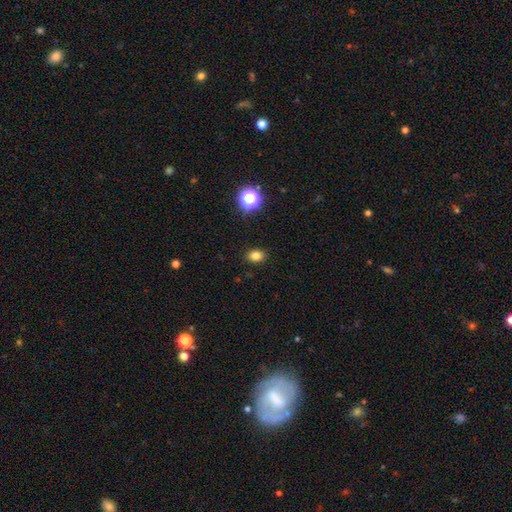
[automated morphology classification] Smooth or featured? smooth (80%)
How rounded? in between (69%)
Merging? none (88%)